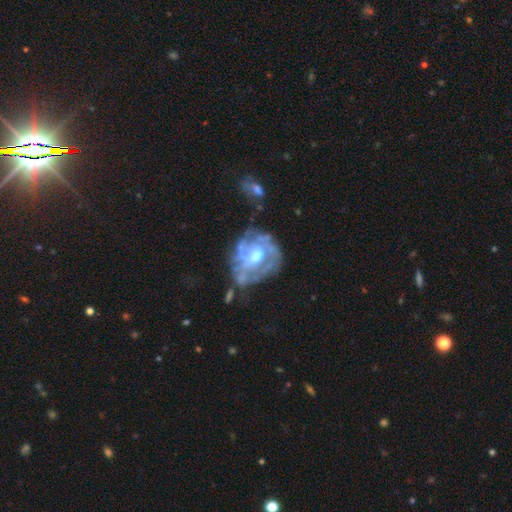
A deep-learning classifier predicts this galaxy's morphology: Smooth or featured? Predicted: featured or disk (p=0.79). Edge-on disk? Predicted: no (p=0.97). Bar? Predicted: no (p=0.72). Spiral arms? Predicted: yes (p=0.59). Bulge size? Predicted: moderate (p=0.66). Merging? Predicted: none (p=0.50).